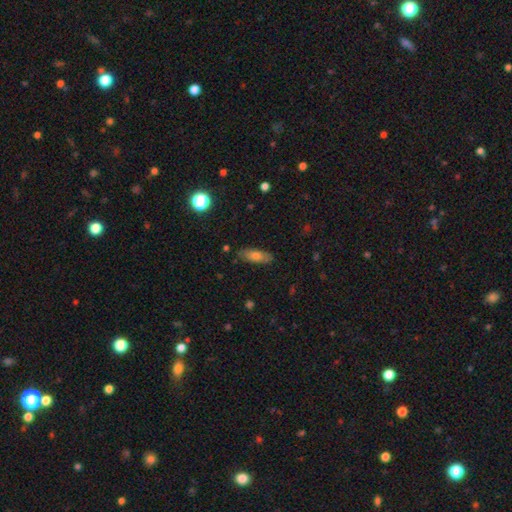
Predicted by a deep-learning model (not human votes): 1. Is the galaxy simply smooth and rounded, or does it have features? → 71% smooth, 20% featured or disk, 9% star or artifact.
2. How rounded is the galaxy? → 65% in between, 31% cigar-shaped, 3% round.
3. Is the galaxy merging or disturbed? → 84% none, 12% minor disturbance, 2% major disturbance, 2% merger.